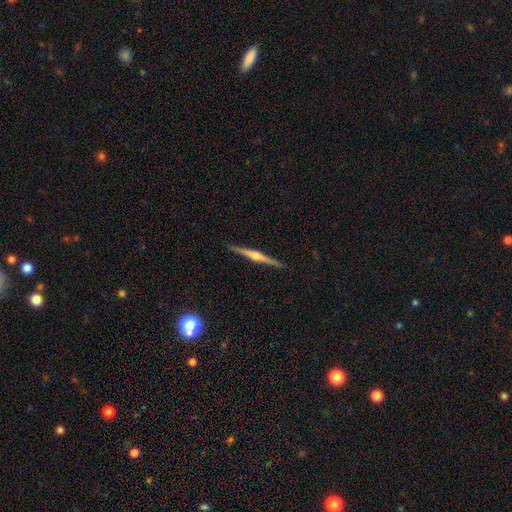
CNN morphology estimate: Q: Smooth or featured?
A: featured or disk (80%); runner-up: smooth (15%)
Q: Edge-on disk?
A: yes (99%); runner-up: no (1%)
Q: Edge-on bulge?
A: rounded (90%); runner-up: none (6%)
Q: Merging?
A: none (92%); runner-up: minor disturbance (6%)